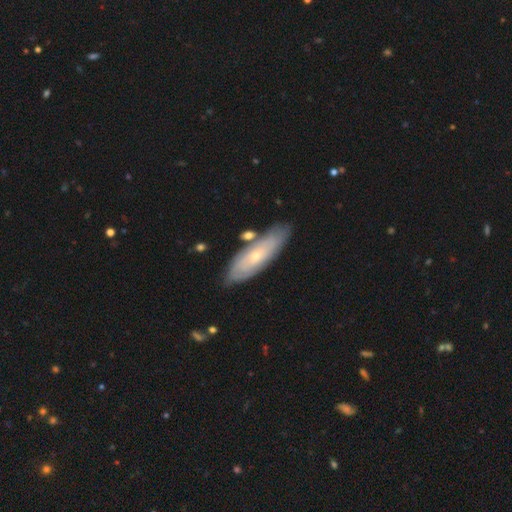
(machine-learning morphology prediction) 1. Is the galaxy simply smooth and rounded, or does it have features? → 56% featured or disk, 38% smooth, 6% star or artifact.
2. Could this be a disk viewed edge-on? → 74% no, 26% yes.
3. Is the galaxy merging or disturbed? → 77% none, 14% minor disturbance, 6% merger, 3% major disturbance.